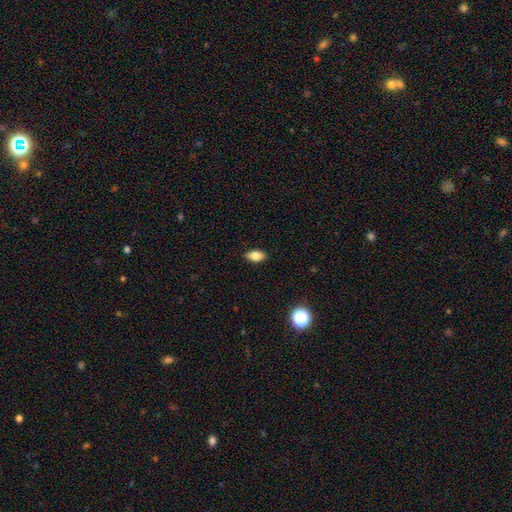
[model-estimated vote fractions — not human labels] smooth 82%, star or artifact 9%, featured or disk 9%. Down the decision tree: how rounded — in between (89%); merging — none (88%).